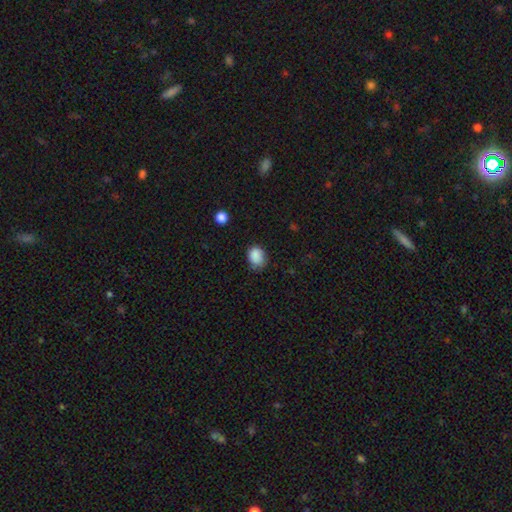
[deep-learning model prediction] smooth-or-featured: smooth: 87% | star or artifact: 9% | featured or disk: 4%
  how-rounded: in between: 56% | round: 43% | cigar-shaped: 1%
  merging: none: 65% | minor disturbance: 27% | major disturbance: 6% | merger: 2%